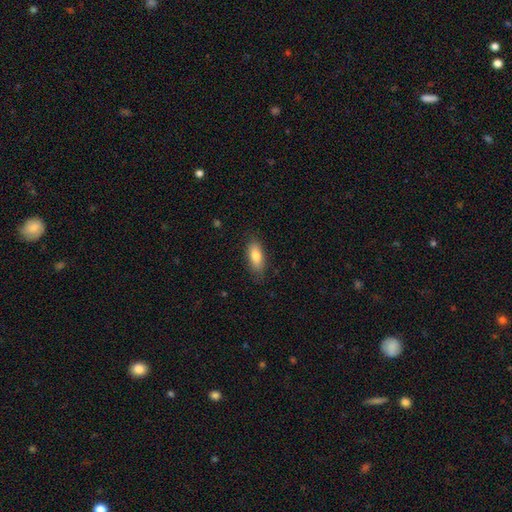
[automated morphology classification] Smooth or featured? smooth (80%)
How rounded? in between (80%)
Merging? none (82%)